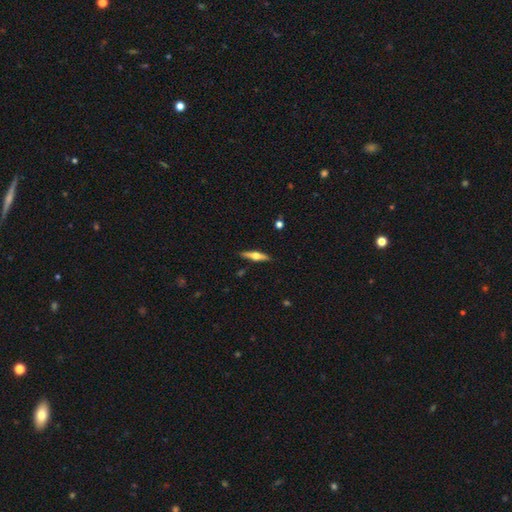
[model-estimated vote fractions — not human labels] Morphology: type=featured or disk (64%); edge-on=yes (96%); edge-on bulge=rounded (94%); merging=none (89%).